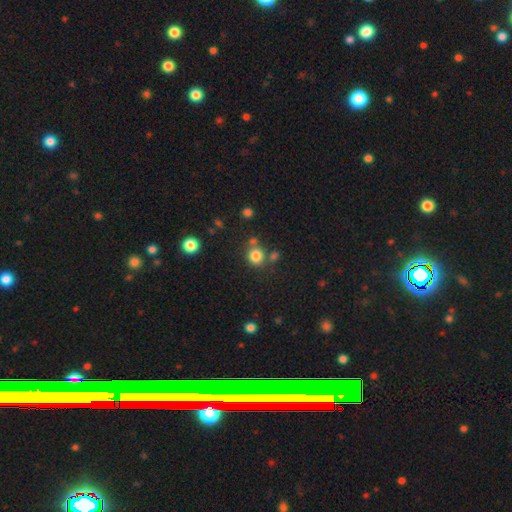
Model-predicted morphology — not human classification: type=smooth (81%); roundness=round (88%); merging=none (70%).